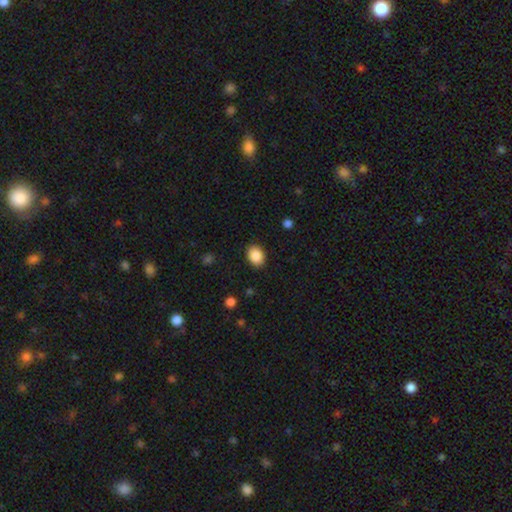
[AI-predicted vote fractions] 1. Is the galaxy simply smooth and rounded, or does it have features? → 88% smooth, 8% star or artifact, 4% featured or disk.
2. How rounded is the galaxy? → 66% in between, 33% round, 1% cigar-shaped.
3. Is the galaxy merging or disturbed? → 88% none, 9% minor disturbance, 2% major disturbance, 1% merger.